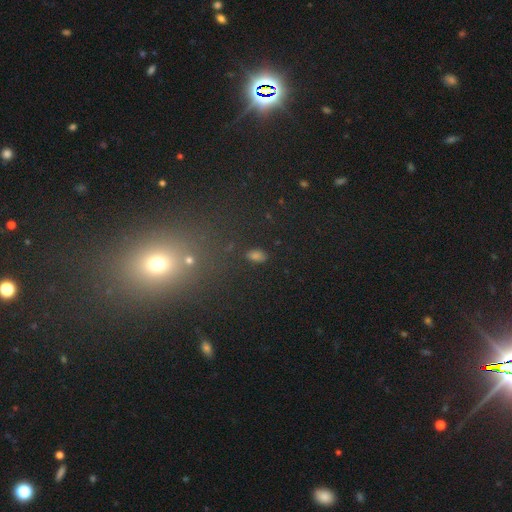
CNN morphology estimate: A smooth galaxy with no disk features (67%) that is in between round and cigar-shaped (86%). Merging: none (83%).